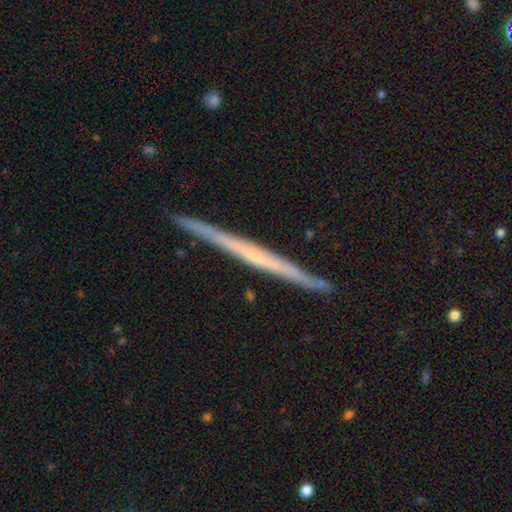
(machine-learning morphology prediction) A featured or disk galaxy (71%) viewed edge-on (98%) with no central bulge (74%). Merging: none (91%).